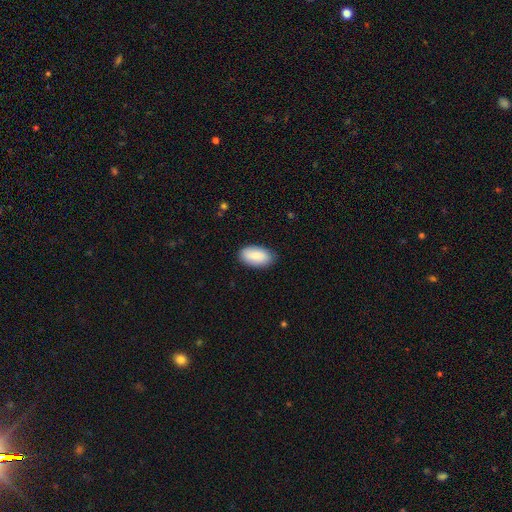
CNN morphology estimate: Smooth or featured? smooth (85%)
How rounded? in between (95%)
Merging? none (85%)